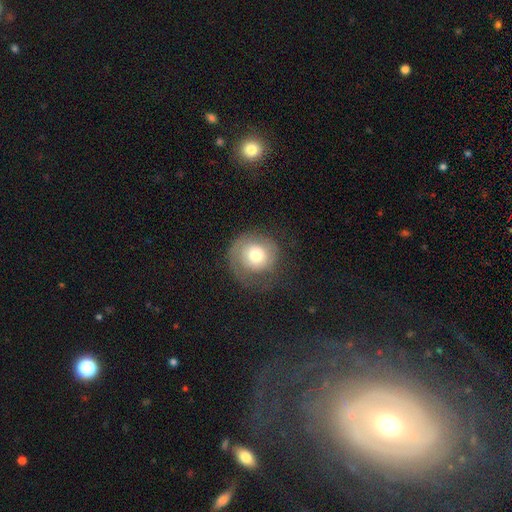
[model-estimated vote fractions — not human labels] Overall: smooth (52%; featured or disk 39%). How rounded: round (89%). Merging: none (60%; minor disturbance 20%).